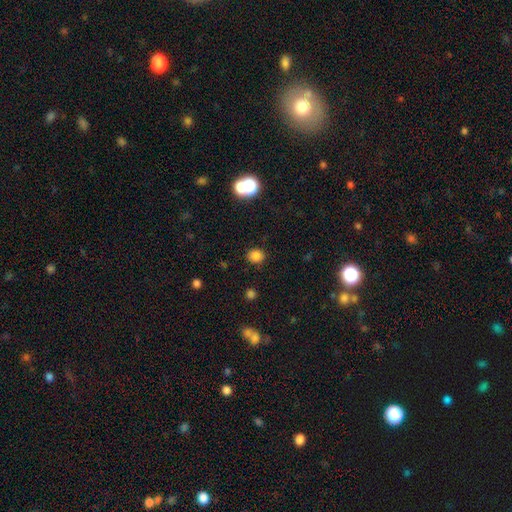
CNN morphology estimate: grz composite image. It shows a smooth galaxy with no disk features (82%) that is round (79%). Merging: none (87%).